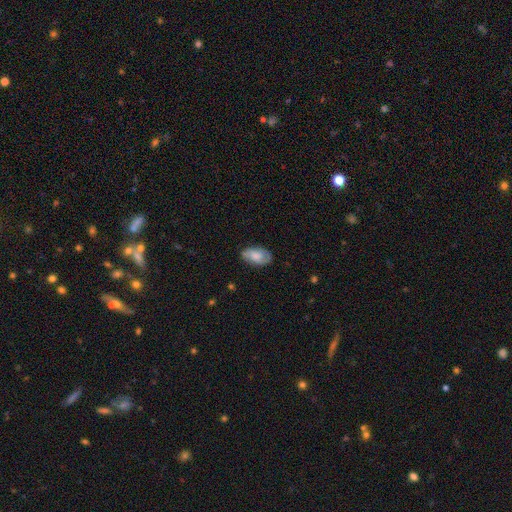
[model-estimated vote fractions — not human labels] Overall: smooth (57%; featured or disk 36%). How rounded: in between (93%). Merging: none (77%).